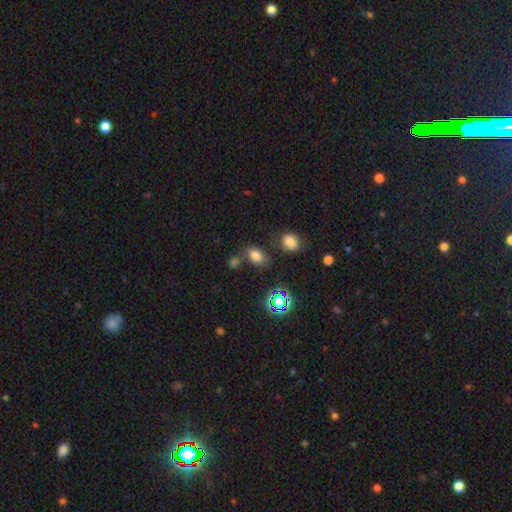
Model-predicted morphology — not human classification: A smooth galaxy with no disk features (75%) that is in between round and cigar-shaped (82%).

Vote fractions:
- Smooth or featured? smooth: 75% / star or artifact: 18% / featured or disk: 7%
- How rounded? in between: 82% / round: 16% / cigar-shaped: 2%
- Merging? none: 66% / minor disturbance: 15% / merger: 14% / major disturbance: 5%